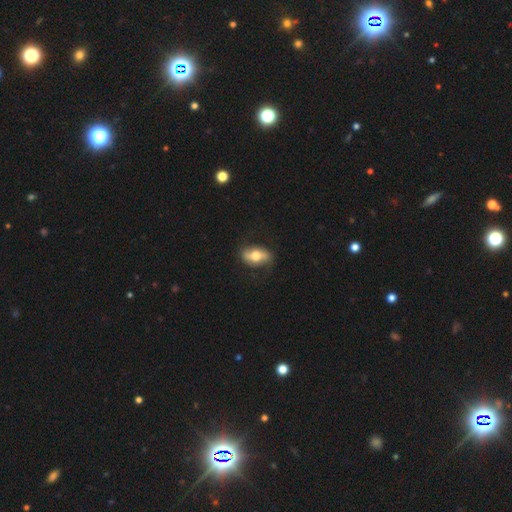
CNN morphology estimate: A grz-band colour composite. It shows a smooth galaxy with no disk features (48%). Merging: none (78%).